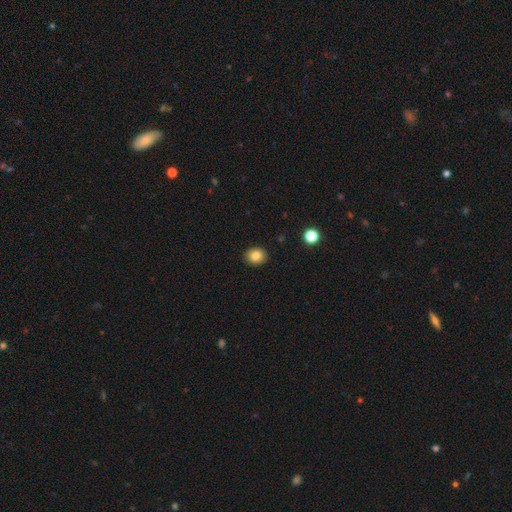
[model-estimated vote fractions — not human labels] Smooth or featured?
  - smooth: 84% *
  - star or artifact: 10%
  - featured or disk: 6%
How rounded?
  - round: 59% *
  - in between: 40%
  - cigar-shaped: 1%
Merging?
  - none: 89% *
  - minor disturbance: 8%
  - major disturbance: 2%
  - merger: 1%